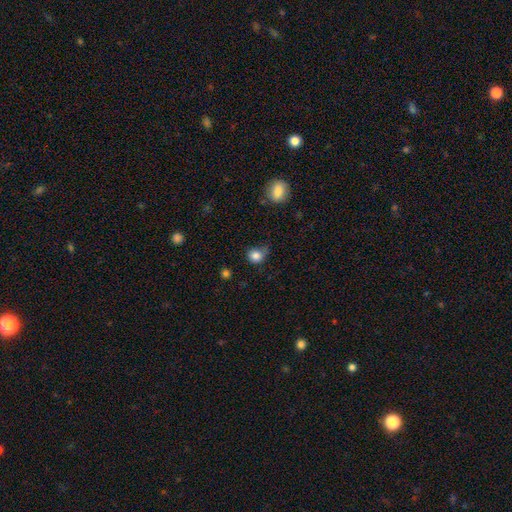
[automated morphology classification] smooth-or-featured: smooth: 84% | star or artifact: 11% | featured or disk: 6%
  how-rounded: round: 76% | in between: 23% | cigar-shaped: 1%
  merging: none: 53% | minor disturbance: 34% | major disturbance: 10% | merger: 3%